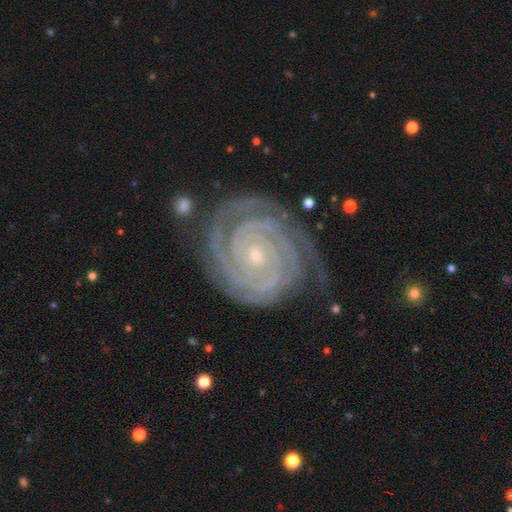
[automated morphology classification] featured or disk 92%, star or artifact 5%, smooth 3%. Down the decision tree: edge-on disk — no (98%); bar — no (76%); spiral arms — yes (99%); spiral arm count — 2 (44%); spiral winding — tight (91%); bulge size — small (82%); merging — none (76%).